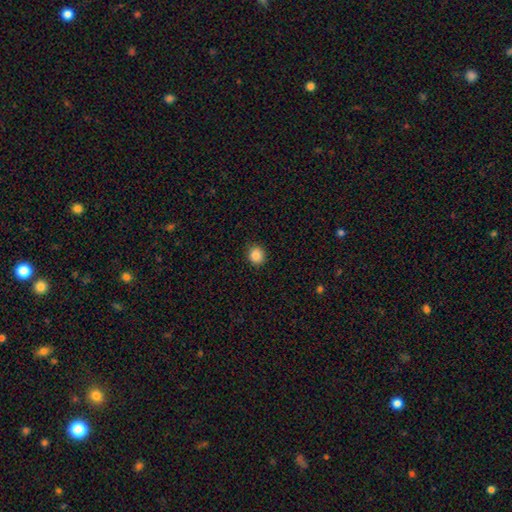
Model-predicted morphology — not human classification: Smooth or featured?
  - smooth: 85% *
  - star or artifact: 10%
  - featured or disk: 5%
How rounded?
  - round: 82% *
  - in between: 17%
  - cigar-shaped: 1%
Merging?
  - none: 90% *
  - minor disturbance: 7%
  - major disturbance: 2%
  - merger: 1%